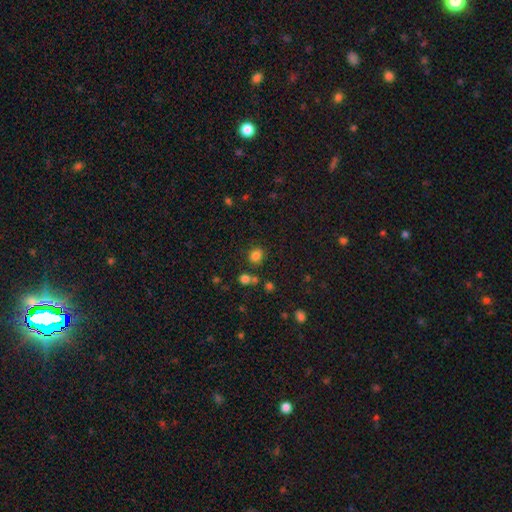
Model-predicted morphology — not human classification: The model was most divided on "how rounded": round: 64%, in between: 35%, cigar-shaped: 1%. More confident: smooth or featured — smooth (80%); merging — none (76%).